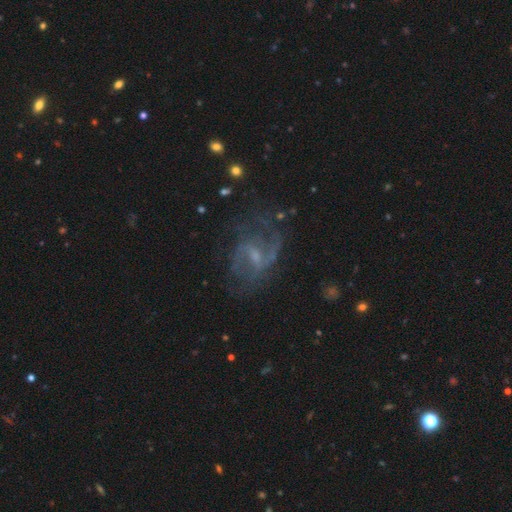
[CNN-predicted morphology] A featured or disk galaxy (80%) with a weak bar (60%), 2 (66%) medium (45%) spiral arms (88%) and a small central bulge (54%). Merging: none (59%).